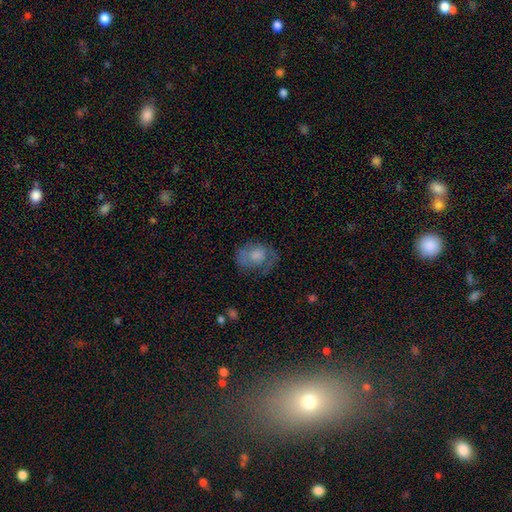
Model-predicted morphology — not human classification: A smooth galaxy with no disk features (52%) that is in between round and cigar-shaped (55%). Merging: none (51%).